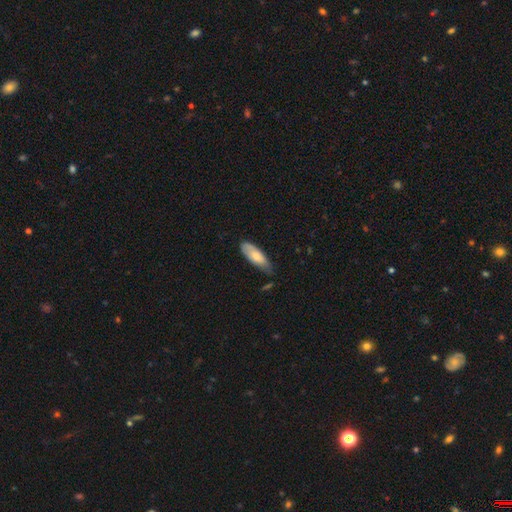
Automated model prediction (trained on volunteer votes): The model was most divided on "merging": none: 59%, minor disturbance: 33%, major disturbance: 6%, merger: 3%. More confident: smooth or featured — smooth (75%); how rounded — in between (66%).